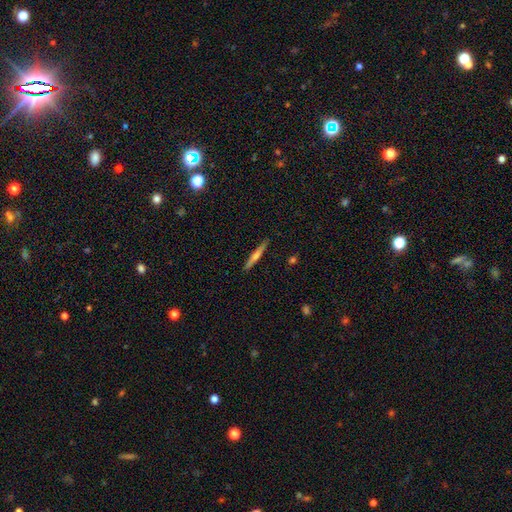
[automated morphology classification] featured or disk 48%, smooth 46%, star or artifact 6%. Down the decision tree: merging — none (91%).